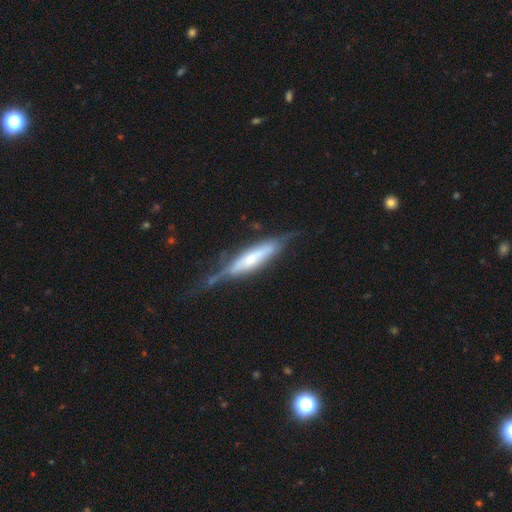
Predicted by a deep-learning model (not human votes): smooth-or-featured: featured or disk: 68% | smooth: 26% | star or artifact: 6%
  disk-edge-on: yes: 76% | no: 24%
    edge-on-bulge: rounded: 46% | boxy: 29% | none: 26%
  merging: none: 54% | minor disturbance: 27% | major disturbance: 16% | merger: 3%